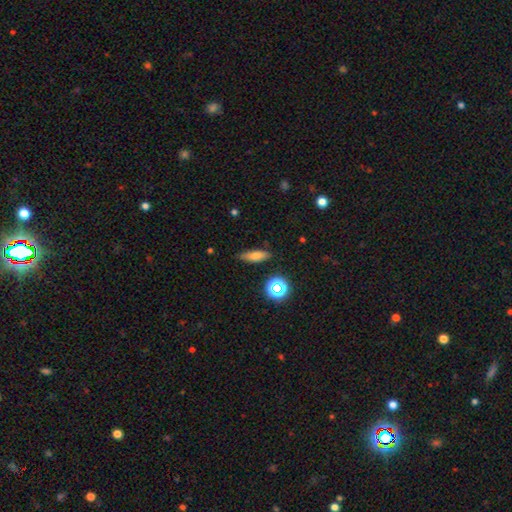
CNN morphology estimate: smooth 73%, featured or disk 15%, star or artifact 12%. Down the decision tree: how rounded — in between (52%); merging — none (84%).